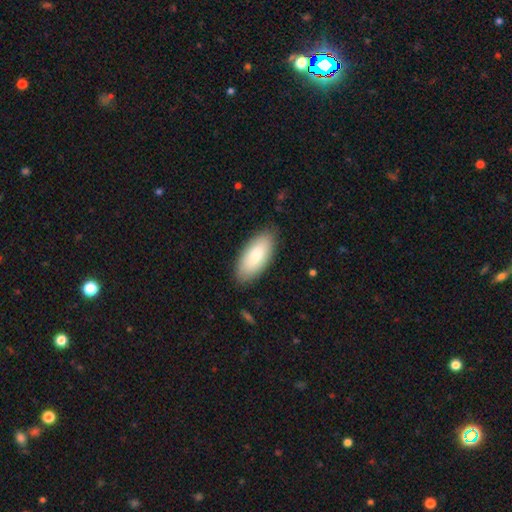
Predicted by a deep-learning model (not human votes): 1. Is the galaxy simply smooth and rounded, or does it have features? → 82% smooth, 12% featured or disk, 6% star or artifact.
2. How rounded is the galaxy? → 88% in between, 10% cigar-shaped, 2% round.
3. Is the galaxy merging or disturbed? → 85% none, 11% minor disturbance, 2% major disturbance, 1% merger.